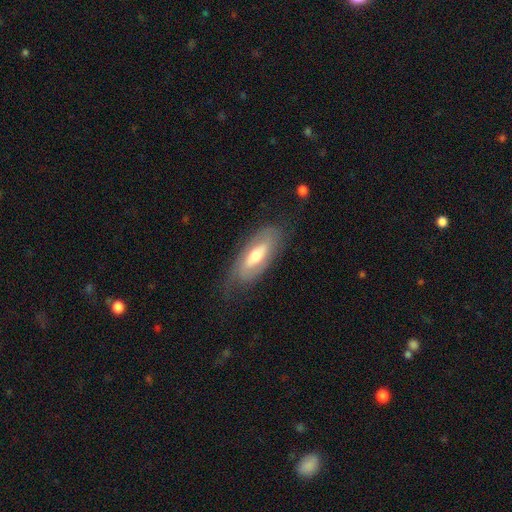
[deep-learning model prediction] A featured or disk galaxy (57%). Merging: none (72%).